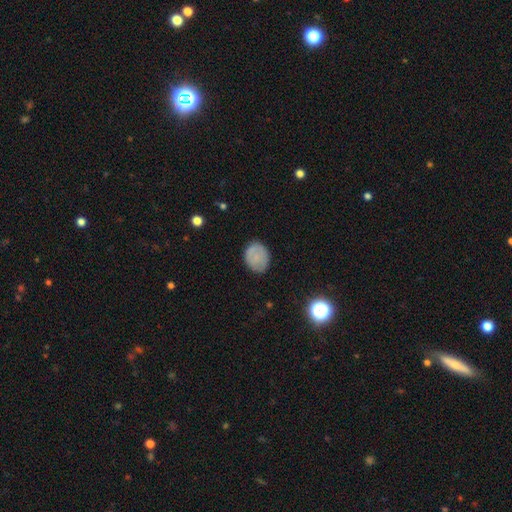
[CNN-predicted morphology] This appears to be a smooth galaxy with no disk features (78%) that is round (57%). Merging: none (79%).